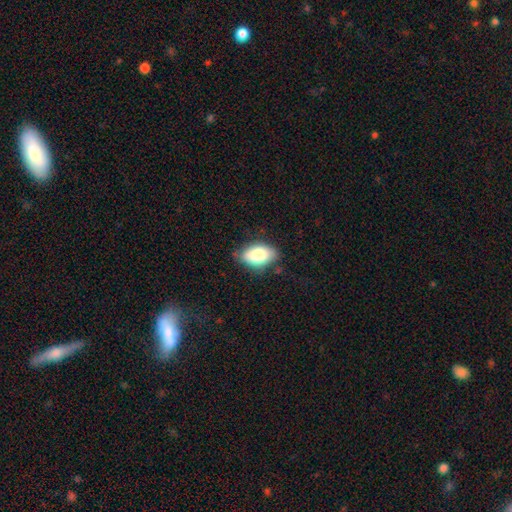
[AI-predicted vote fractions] smooth-or-featured: smooth: 83% | featured or disk: 10% | star or artifact: 7%
  how-rounded: in between: 92% | round: 6% | cigar-shaped: 2%
  merging: none: 72% | minor disturbance: 22% | major disturbance: 5% | merger: 2%